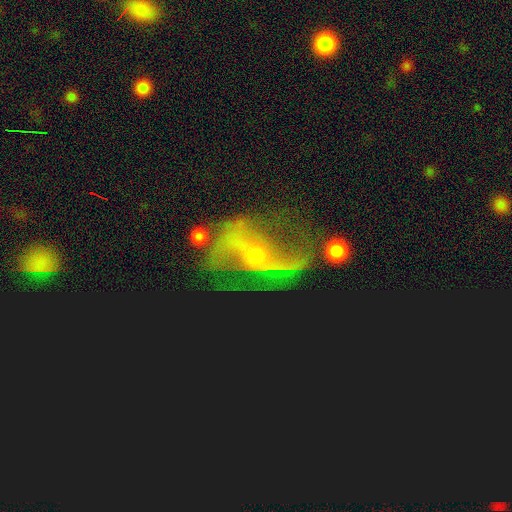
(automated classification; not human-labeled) Overall: featured or disk (69%). Edge-on disk: no (94%). Bar: no (55%; weak 31%). Spiral arms: yes (73%). Bulge size: small (72%). Merging: none (36%; major disturbance 34%).